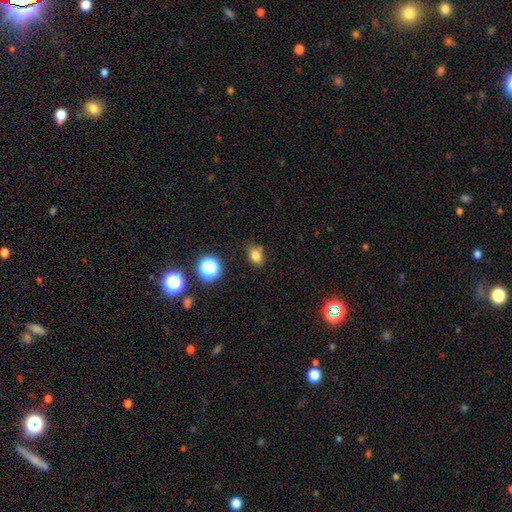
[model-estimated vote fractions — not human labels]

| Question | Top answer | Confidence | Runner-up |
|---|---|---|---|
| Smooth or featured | smooth | 79% | star or artifact (14%) |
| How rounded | in between | 70% | round (28%) |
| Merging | none | 73% | minor disturbance (17%) |